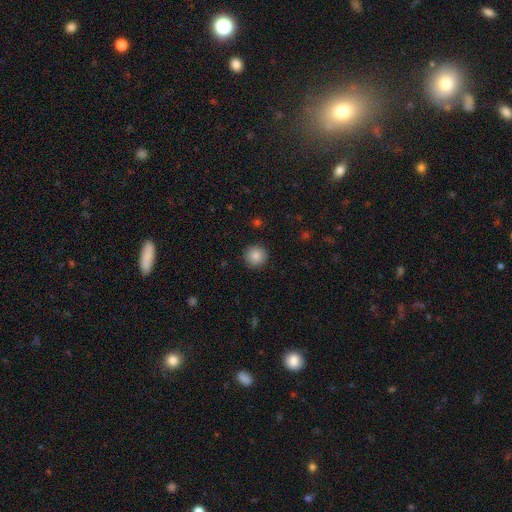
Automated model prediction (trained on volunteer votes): Q: Smooth or featured?
A: smooth (86%); runner-up: star or artifact (9%)
Q: How rounded?
A: round (95%); runner-up: in between (4%)
Q: Merging?
A: none (92%); runner-up: minor disturbance (5%)